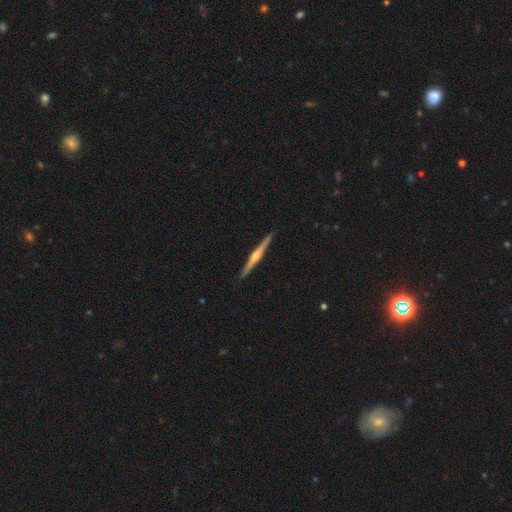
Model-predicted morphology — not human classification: Q: Smooth or featured?
A: featured or disk (81%); runner-up: smooth (14%)
Q: Edge-on disk?
A: yes (99%); runner-up: no (1%)
Q: Edge-on bulge?
A: rounded (85%); runner-up: none (8%)
Q: Merging?
A: none (93%); runner-up: minor disturbance (5%)